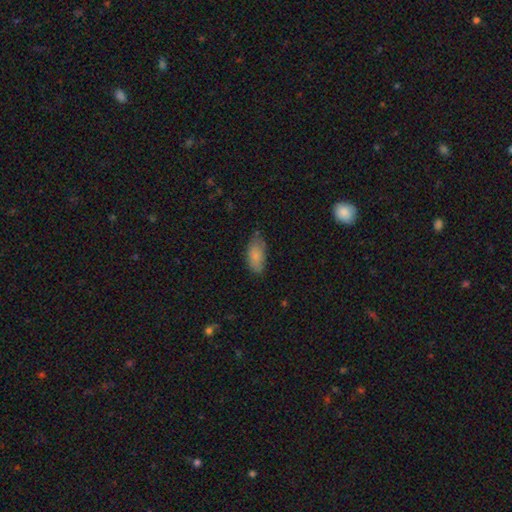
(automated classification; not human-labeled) This appears to be a smooth galaxy with no disk features (82%) that is in between round and cigar-shaped (91%). Merging: none (69%).